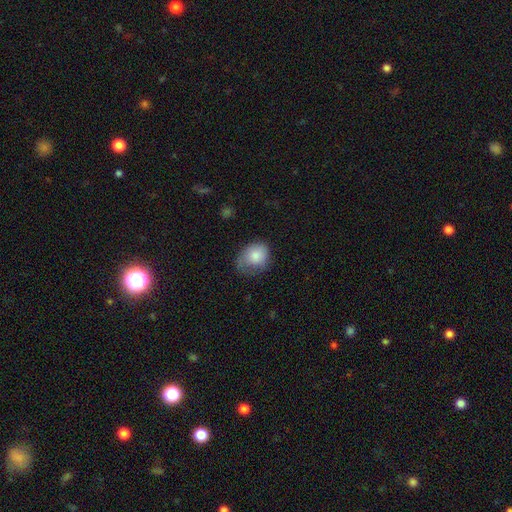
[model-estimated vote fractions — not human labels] smooth-or-featured: smooth: 79% | featured or disk: 14% | star or artifact: 7%
  how-rounded: round: 51% | in between: 48% | cigar-shaped: 1%
  merging: minor disturbance: 39% | none: 37% | major disturbance: 22% | merger: 2%